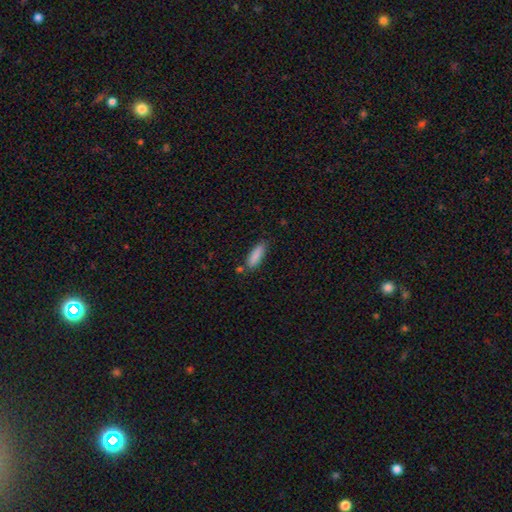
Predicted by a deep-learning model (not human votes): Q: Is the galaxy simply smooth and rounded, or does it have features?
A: smooth — 87%.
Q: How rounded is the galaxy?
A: cigar-shaped — 51%.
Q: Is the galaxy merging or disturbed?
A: none — 77%.